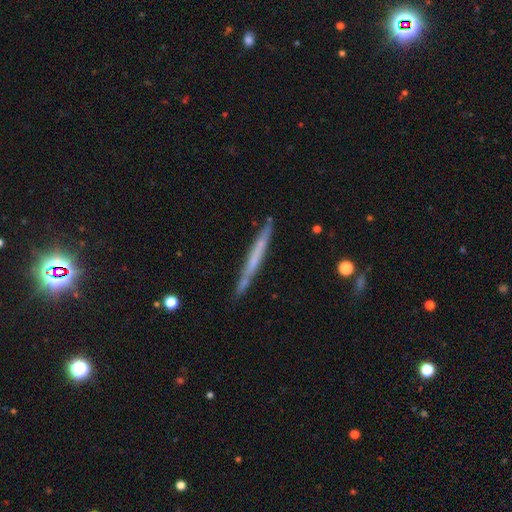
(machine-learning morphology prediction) Smooth or featured? featured or disk (51%)
Edge-on disk? yes (95%)
Merging? none (83%)